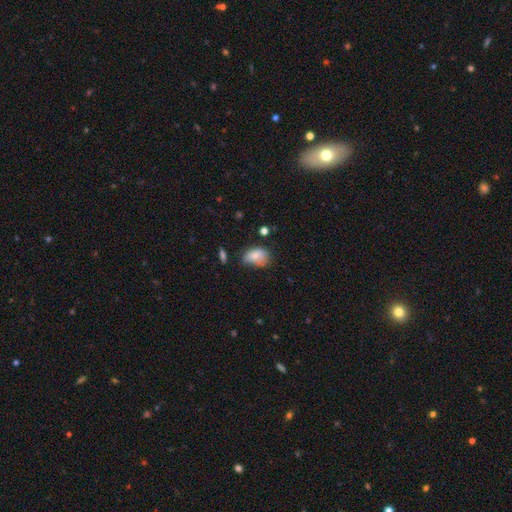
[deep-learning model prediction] smooth-or-featured: smooth: 80% | featured or disk: 11% | star or artifact: 9%
  how-rounded: in between: 81% | round: 17% | cigar-shaped: 1%
  merging: none: 41% (tied) | minor disturbance: 41% (tied) | major disturbance: 14% | merger: 4%